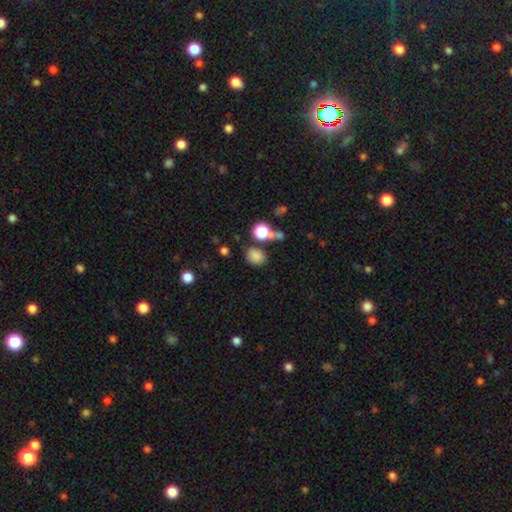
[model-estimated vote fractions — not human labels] smooth_or_featured: smooth (p=0.80) [alt: star or artifact p=0.14]
how_rounded: in between (p=0.50) [alt: round p=0.49]
merging: none (p=0.67) [alt: merger p=0.14]